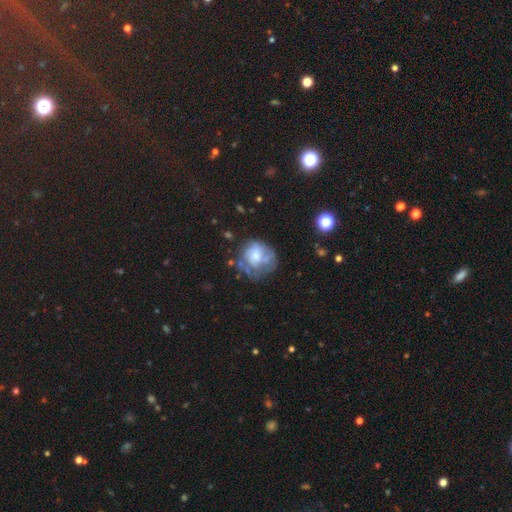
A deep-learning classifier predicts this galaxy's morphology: This appears to be a featured or disk galaxy (47%). Merging: none (43%).